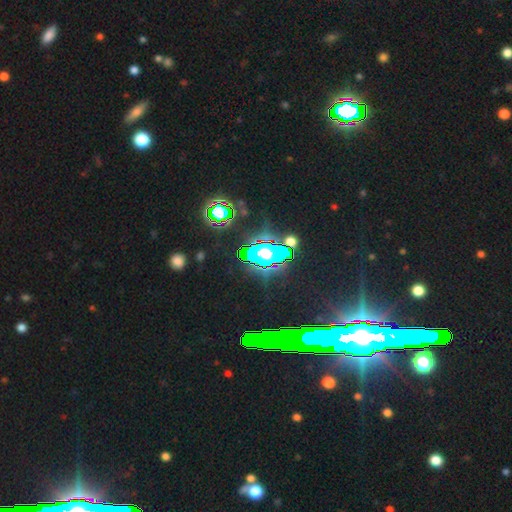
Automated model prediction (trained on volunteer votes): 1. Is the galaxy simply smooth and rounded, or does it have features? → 68% star or artifact, 18% featured or disk, 13% smooth.